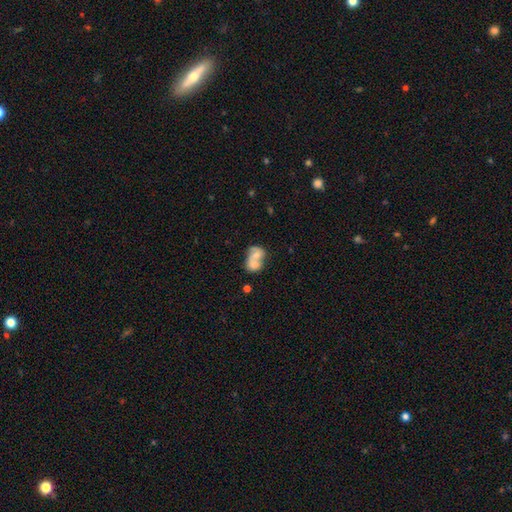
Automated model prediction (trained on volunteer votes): The model was most divided on "smooth or featured": smooth: 50%, featured or disk: 42%, star or artifact: 8%. More confident: merging — merger (73%); how rounded — in between (62%).